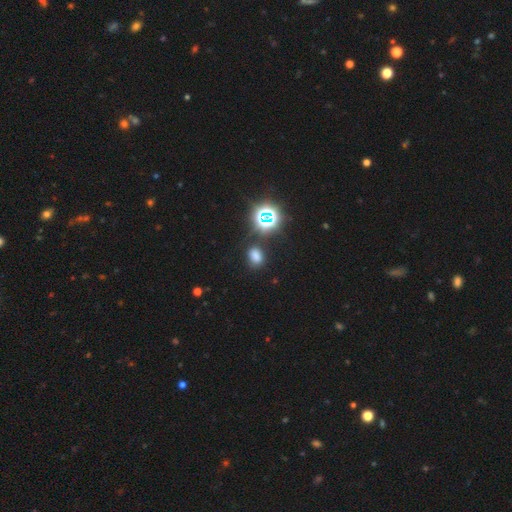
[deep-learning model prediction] Q: Smooth or featured?
A: smooth (66%); runner-up: star or artifact (28%)
Q: How rounded?
A: in between (69%); runner-up: round (29%)
Q: Merging?
A: none (77%); runner-up: minor disturbance (13%)